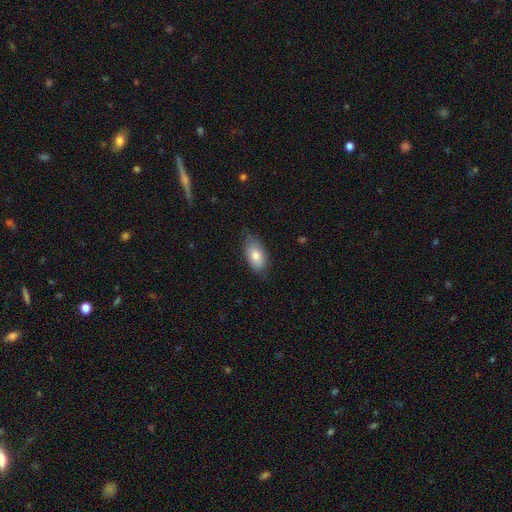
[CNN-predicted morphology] Smooth or featured: smooth — 79% (featured or disk — 14%)
How rounded: in between — 92% (round — 5%)
Merging: none — 69% (minor disturbance — 26%)